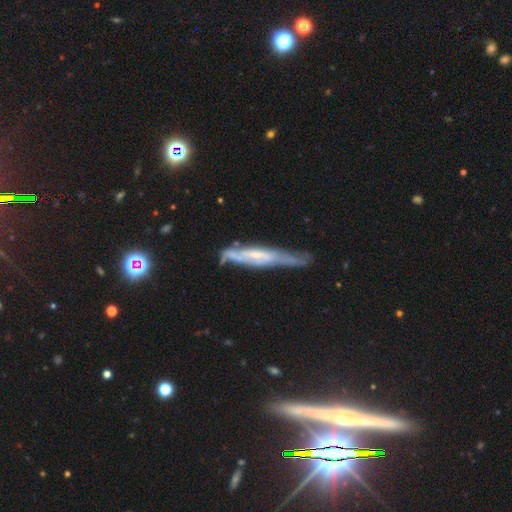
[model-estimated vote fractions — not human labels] Overall: featured or disk (67%). Edge-on disk: yes (70%). Merging: none (51%; minor disturbance 31%).